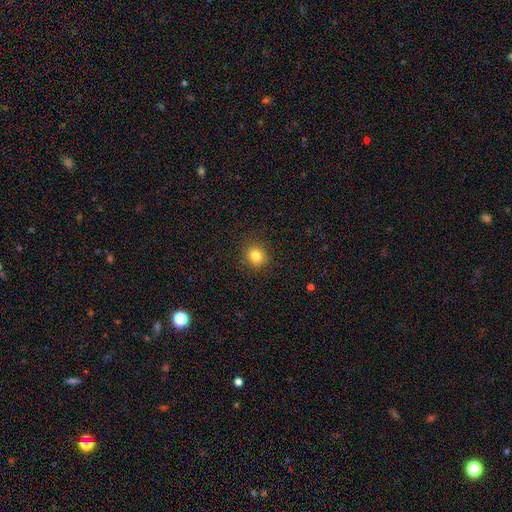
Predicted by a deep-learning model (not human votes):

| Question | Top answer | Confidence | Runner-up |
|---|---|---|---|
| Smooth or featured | smooth | 82% | star or artifact (12%) |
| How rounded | round | 86% | in between (13%) |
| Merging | none | 90% | minor disturbance (7%) |